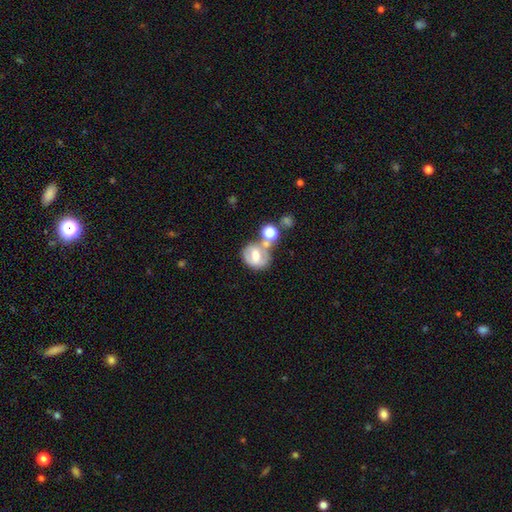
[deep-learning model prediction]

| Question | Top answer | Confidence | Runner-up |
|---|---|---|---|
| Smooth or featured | smooth | 47% | featured or disk (43%) |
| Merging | none | 43% | merger (31%) |